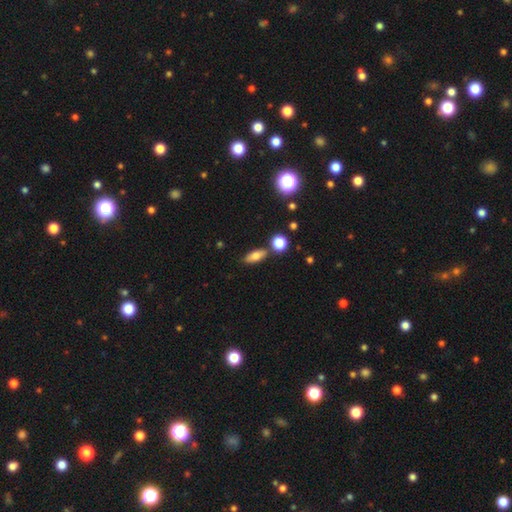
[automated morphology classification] Overall: smooth (73%). How rounded: in between (72%). Merging: none (76%).